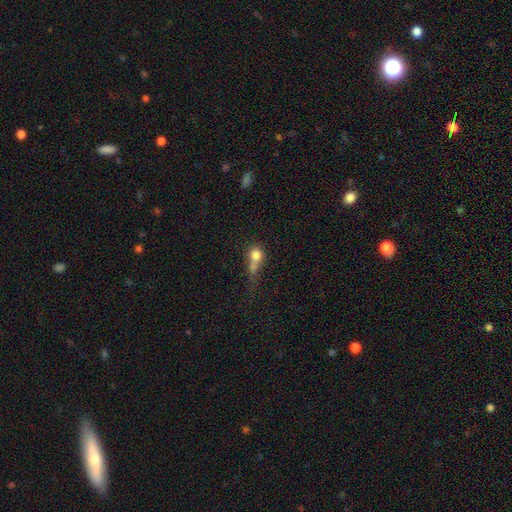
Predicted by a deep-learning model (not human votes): Smooth or featured? smooth (73%)
How rounded? round (70%)
Merging? merger (52%)